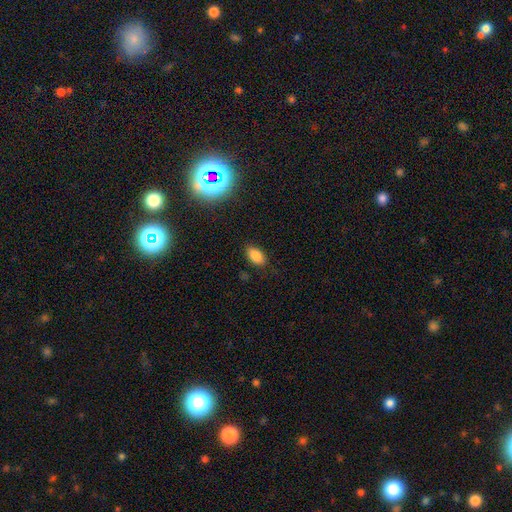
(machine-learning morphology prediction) Q: Smooth or featured?
A: smooth (84%); runner-up: star or artifact (10%)
Q: How rounded?
A: in between (91%); runner-up: round (6%)
Q: Merging?
A: none (84%); runner-up: minor disturbance (12%)